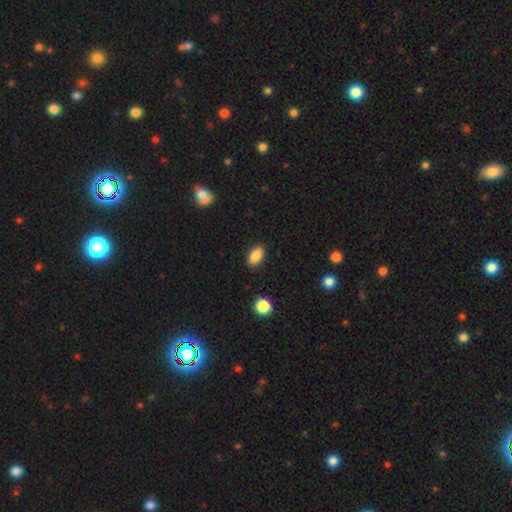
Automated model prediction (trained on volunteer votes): Morphology: type=smooth (85%); roundness=in between (90%); merging=none (88%).